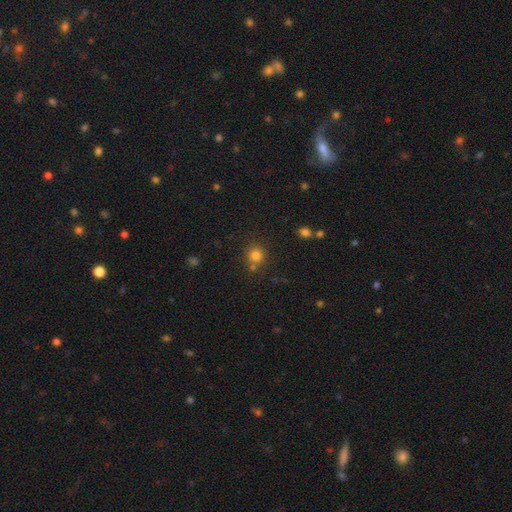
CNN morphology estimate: type=smooth (80%); roundness=round (89%); merging=none (70%).